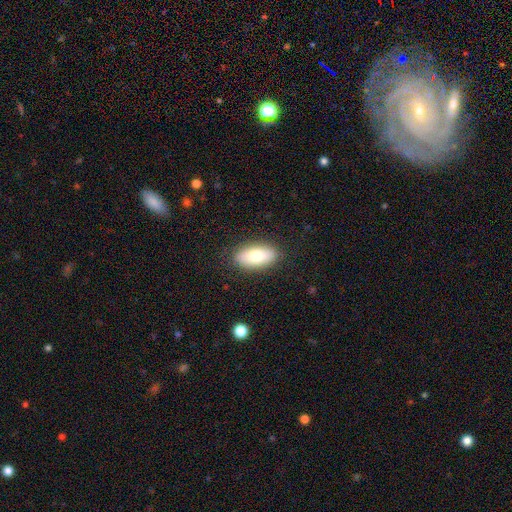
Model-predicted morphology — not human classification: A smooth galaxy with no disk features (78%) that is in between round and cigar-shaped (90%). Merging: none (86%).